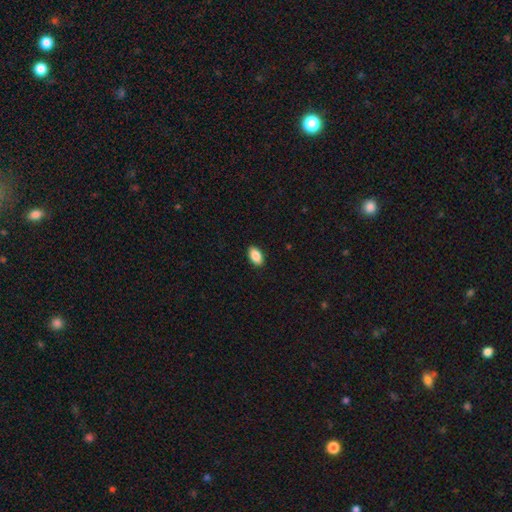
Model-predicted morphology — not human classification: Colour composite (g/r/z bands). It shows a smooth galaxy with no disk features (88%) that is in between round and cigar-shaped (93%). Merging: none (90%).